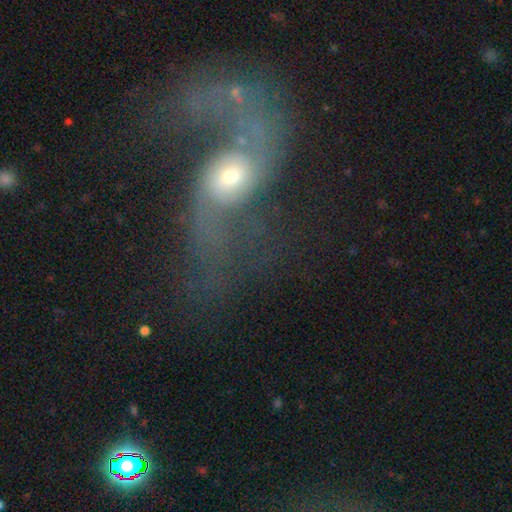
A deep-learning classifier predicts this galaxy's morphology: This is likely a featured or disk galaxy (77%). It is clearly not viewed edge-on (96%). Bar: possibly no (60%). Spiral arm pattern: clearly yes (85%). Spiral arm count: clearly 2 (83%). Spiral winding: clearly loose (81%). Central bulge: possibly moderate (49%). Merging: marginally none (36%).